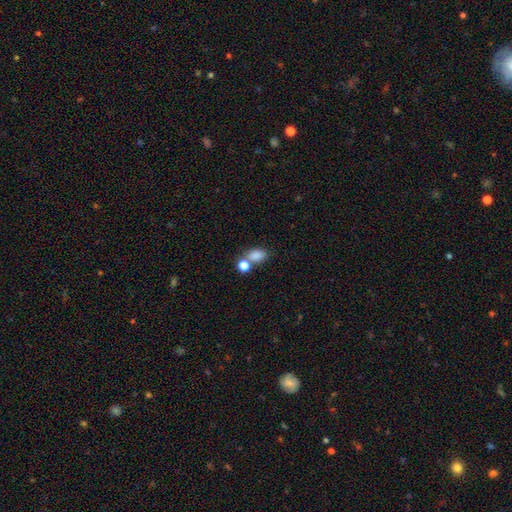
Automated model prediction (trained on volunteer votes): smooth 82%, star or artifact 11%, featured or disk 7%. Down the decision tree: how rounded — in between (77%); merging — none (49%).